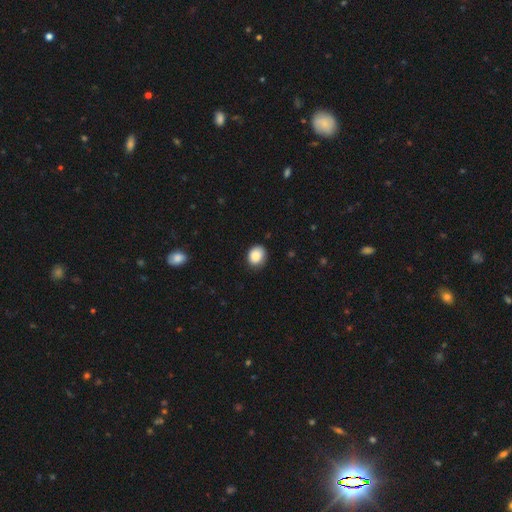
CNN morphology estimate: smooth 85%, star or artifact 9%, featured or disk 6%. Down the decision tree: how rounded — round (56%); merging — none (82%).